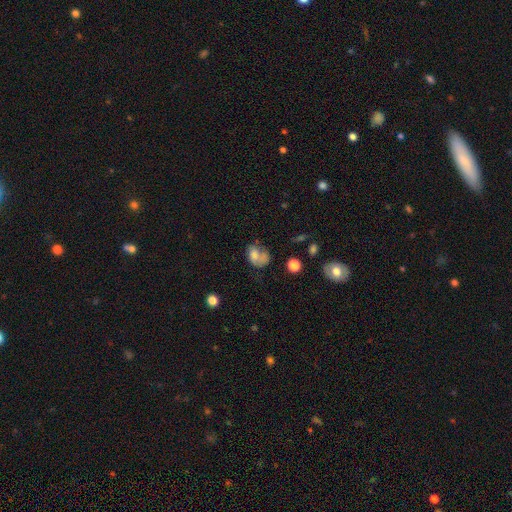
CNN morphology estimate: Q: Smooth or featured?
A: smooth (63%); runner-up: featured or disk (25%)
Q: How rounded?
A: in between (66%); runner-up: round (32%)
Q: Merging?
A: major disturbance (30%); runner-up: none (29%)